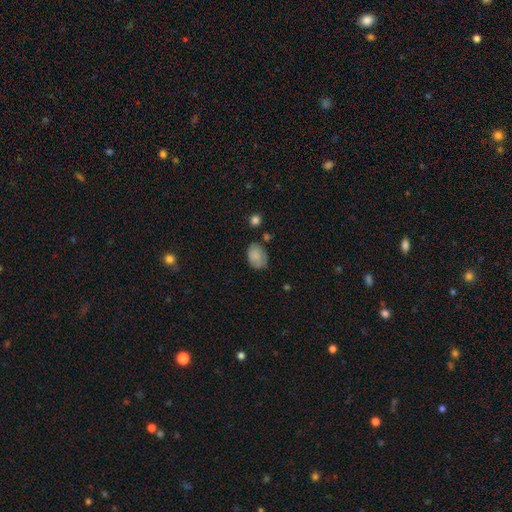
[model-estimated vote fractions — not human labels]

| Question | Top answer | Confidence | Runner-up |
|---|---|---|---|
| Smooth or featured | smooth | 81% | featured or disk (11%) |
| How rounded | in between | 76% | round (23%) |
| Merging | none | 65% | minor disturbance (24%) |